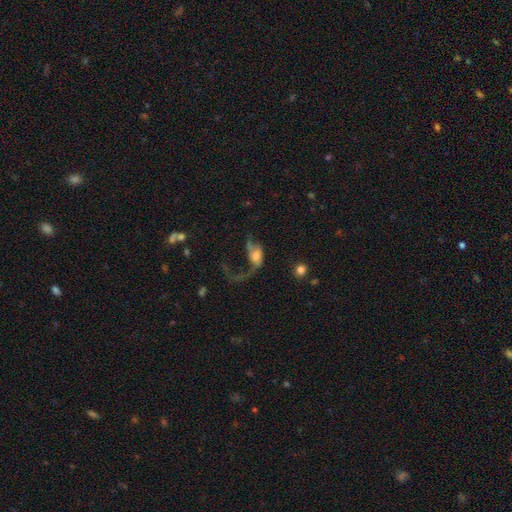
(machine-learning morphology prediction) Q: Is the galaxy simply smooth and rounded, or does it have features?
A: featured or disk — 55%.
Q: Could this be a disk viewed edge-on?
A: no — 95%.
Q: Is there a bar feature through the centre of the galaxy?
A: no — 67%.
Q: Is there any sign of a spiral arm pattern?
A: yes — 70%.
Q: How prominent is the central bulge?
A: moderate — 39%.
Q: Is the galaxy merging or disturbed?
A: major disturbance — 62%.